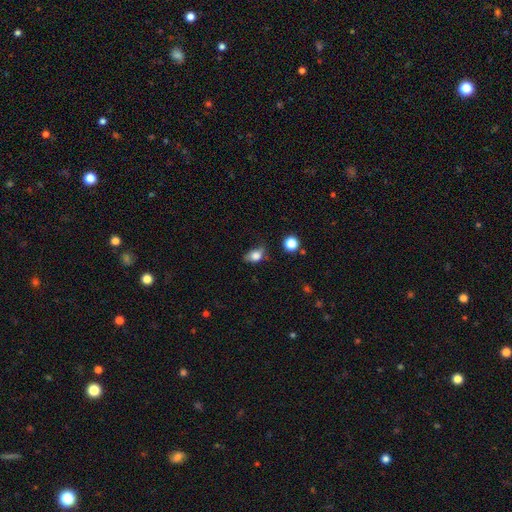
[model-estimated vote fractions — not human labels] This is likely a smooth galaxy (78%). How rounded: likely in between (74%). Merging: marginally none (44%).